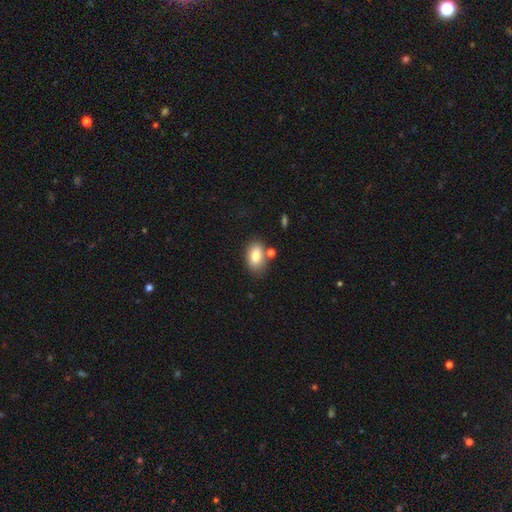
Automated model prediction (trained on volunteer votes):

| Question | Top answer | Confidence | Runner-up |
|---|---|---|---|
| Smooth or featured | smooth | 79% | featured or disk (12%) |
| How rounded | in between | 89% | round (9%) |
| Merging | none | 68% | minor disturbance (15%) |